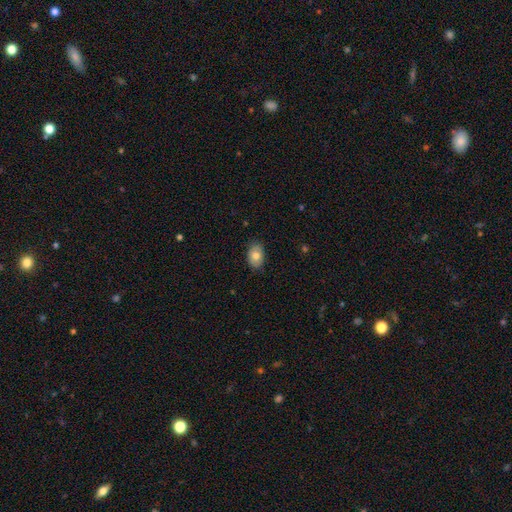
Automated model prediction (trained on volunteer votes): Overall: smooth (75%). How rounded: in between (85%). Merging: none (82%).